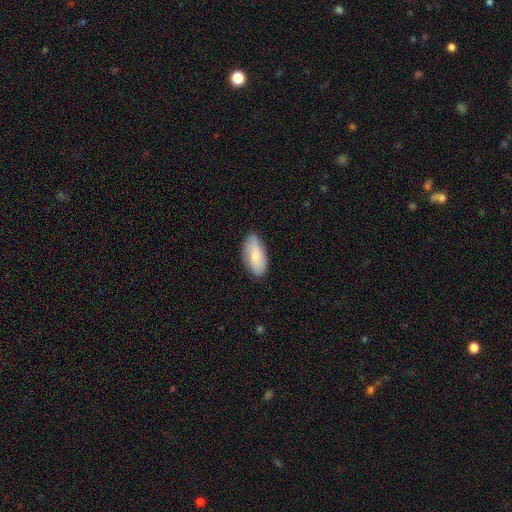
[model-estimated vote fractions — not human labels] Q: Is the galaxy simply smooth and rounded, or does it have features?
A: smooth — 71%.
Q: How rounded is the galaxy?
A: in between — 91%.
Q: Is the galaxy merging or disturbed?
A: none — 82%.